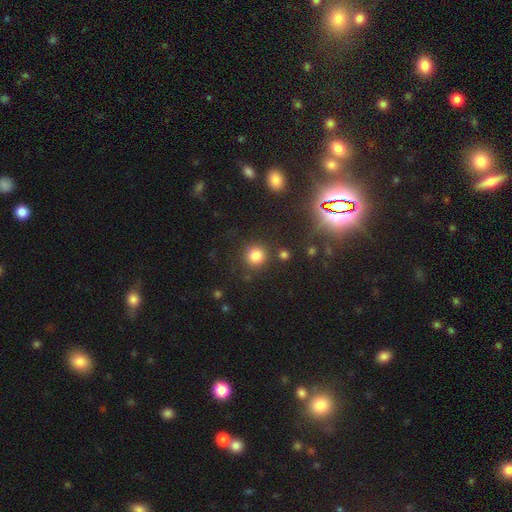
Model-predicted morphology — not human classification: Q: Smooth or featured?
A: smooth (80%); runner-up: star or artifact (15%)
Q: How rounded?
A: round (92%); runner-up: in between (7%)
Q: Merging?
A: none (82%); runner-up: minor disturbance (9%)